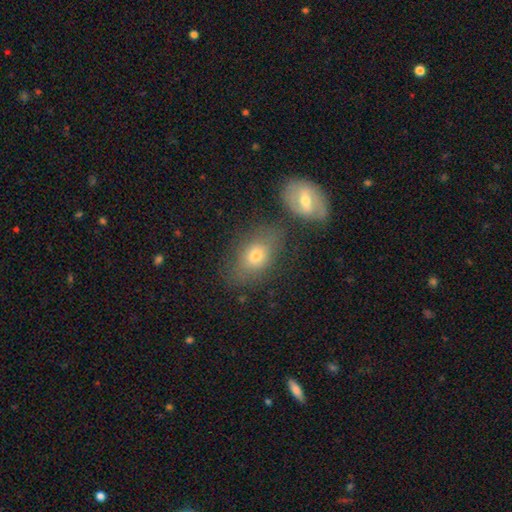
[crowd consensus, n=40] Overall: smooth (65%; featured or disk 28%). How rounded: in between (88%). Merging: none (76%).